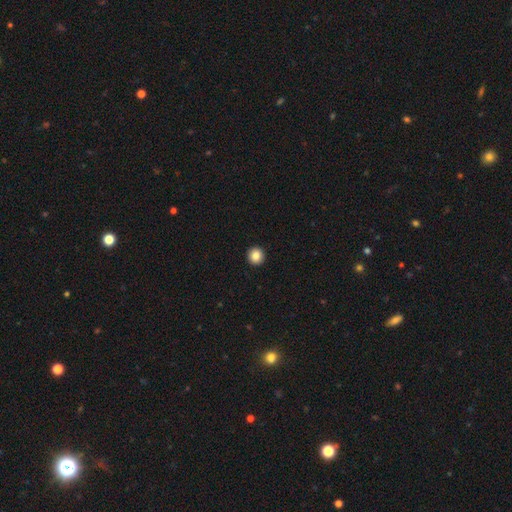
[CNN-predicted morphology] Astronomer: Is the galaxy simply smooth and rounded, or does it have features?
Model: smooth — 85%.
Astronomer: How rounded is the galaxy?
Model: round — 95%.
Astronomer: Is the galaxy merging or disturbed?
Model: none — 94%.